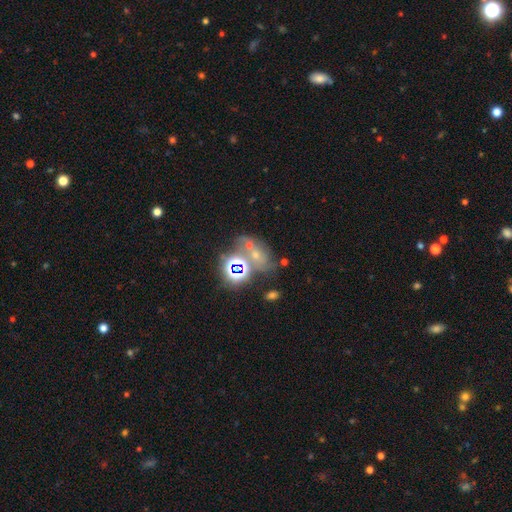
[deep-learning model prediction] star or artifact 41%, smooth 37%, featured or disk 22%.